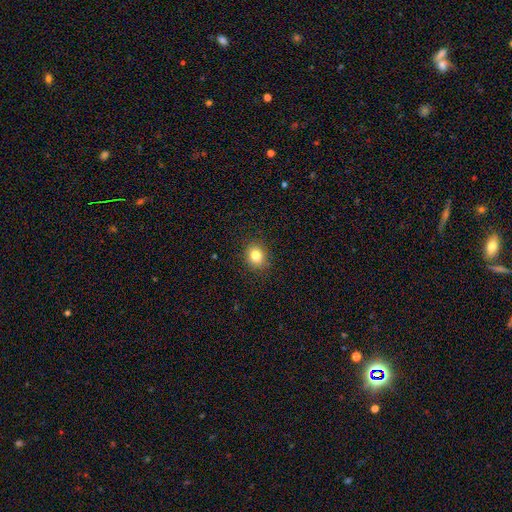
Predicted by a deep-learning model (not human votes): Q: Smooth or featured?
A: smooth (82%); runner-up: star or artifact (11%)
Q: How rounded?
A: round (66%); runner-up: in between (33%)
Q: Merging?
A: none (89%); runner-up: minor disturbance (8%)